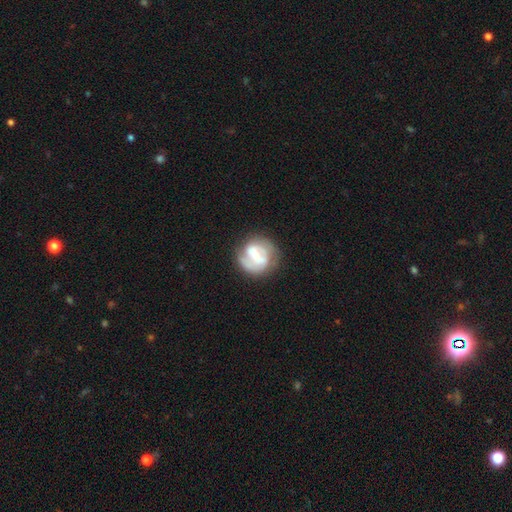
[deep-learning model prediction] featured or disk 63%, smooth 31%, star or artifact 6%. Down the decision tree: edge-on disk — no (97%); bar — weak (43%); spiral arms — yes (62%); bulge size — small (41%); merging — none (62%).